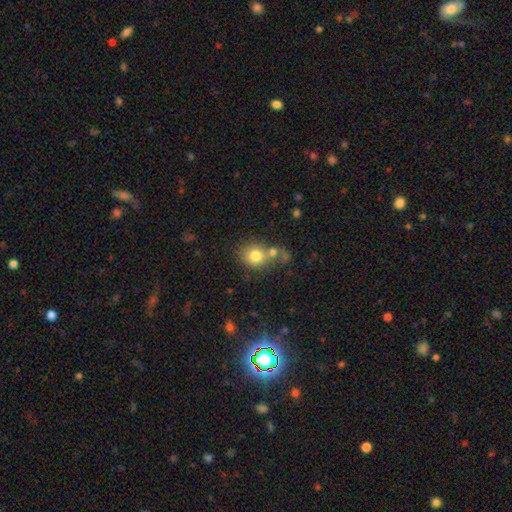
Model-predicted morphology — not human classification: Smooth or featured? Predicted: smooth (p=0.78). How rounded? Predicted: round (p=0.70). Merging? Predicted: none (p=0.42).